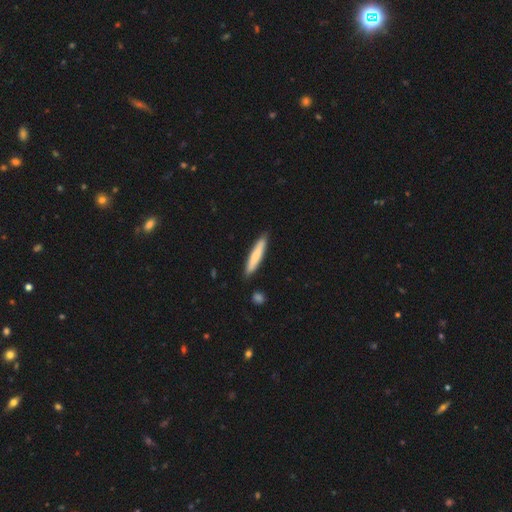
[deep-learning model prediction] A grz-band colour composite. It shows a smooth galaxy with no disk features (73%) that is cigar-shaped (92%). Merging: none (87%).